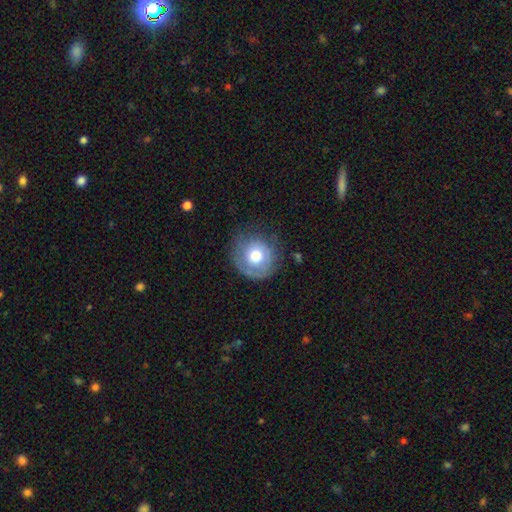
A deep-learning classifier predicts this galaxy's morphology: Smooth or featured? Predicted: smooth (p=0.60). How rounded? Predicted: round (p=0.90). Merging? Predicted: none (p=0.64).